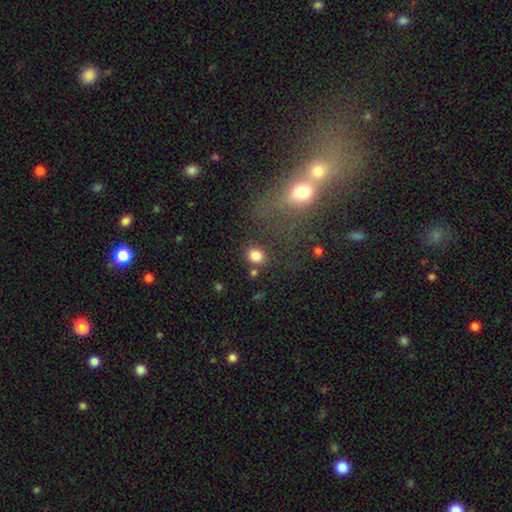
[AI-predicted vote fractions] Smooth or featured: smooth — 84% (star or artifact — 11%)
How rounded: round — 70% (in between — 29%)
Merging: none — 79% (minor disturbance — 10%)